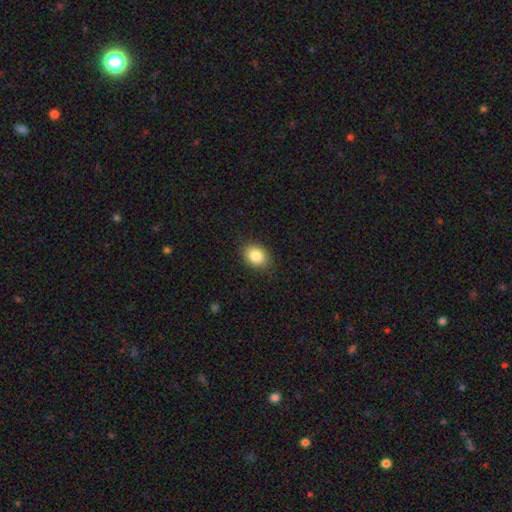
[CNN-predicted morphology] Q: Smooth or featured?
A: smooth (85%); runner-up: star or artifact (9%)
Q: How rounded?
A: in between (69%); runner-up: round (30%)
Q: Merging?
A: none (87%); runner-up: minor disturbance (10%)